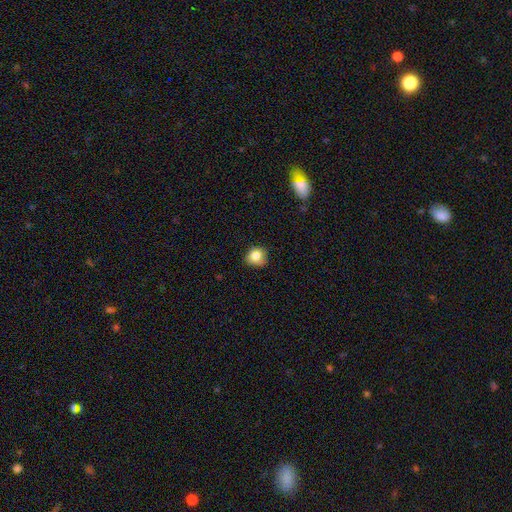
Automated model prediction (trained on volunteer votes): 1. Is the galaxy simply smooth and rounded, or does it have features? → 81% smooth, 10% star or artifact, 8% featured or disk.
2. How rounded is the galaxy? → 75% round, 24% in between, 1% cigar-shaped.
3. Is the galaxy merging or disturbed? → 68% none, 25% minor disturbance, 5% major disturbance, 2% merger.